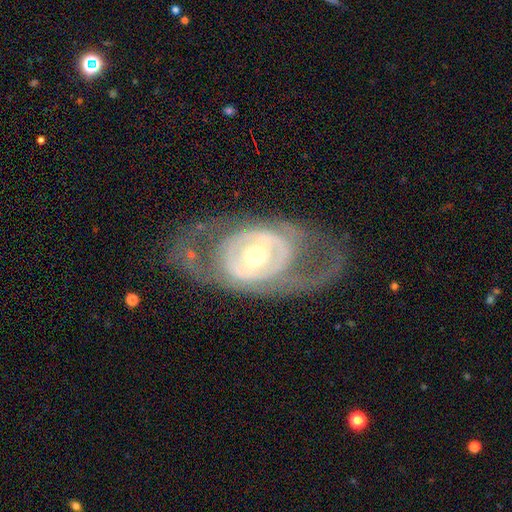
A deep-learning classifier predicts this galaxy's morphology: The model was most divided on "bar" (2-way tie): no: 35%, weak: 35%, strong: 30%. More confident: edge-on disk — no (92%); smooth or featured — featured or disk (81%); merging — none (64%); bulge size — moderate (58%); spiral arms — no (51%).